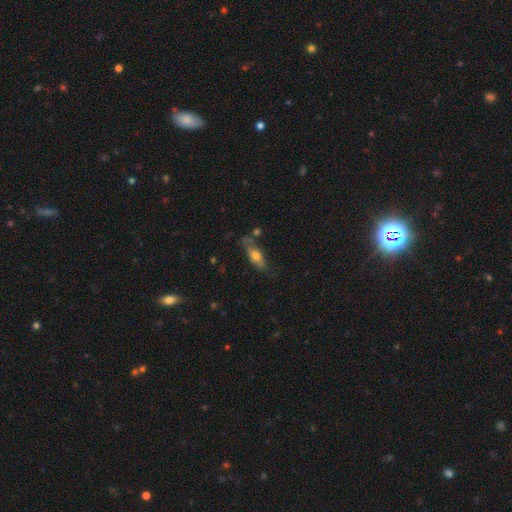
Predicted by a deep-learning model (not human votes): This appears to be a smooth galaxy with no disk features (62%) that is in between round and cigar-shaped (71%). Merging: none (52%).